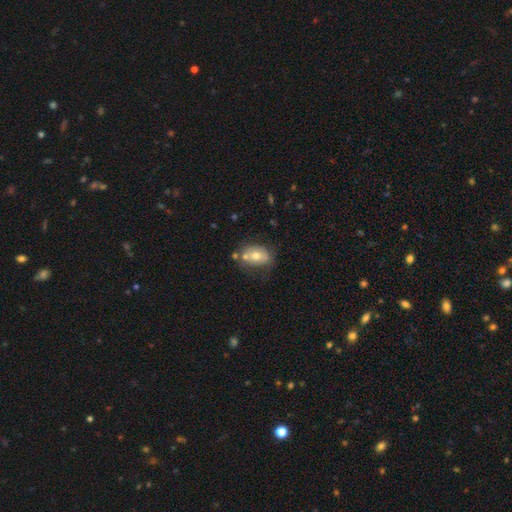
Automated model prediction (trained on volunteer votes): Overall: smooth (59%; featured or disk 31%). How rounded: in between (81%). Merging: none (56%; minor disturbance 21%).